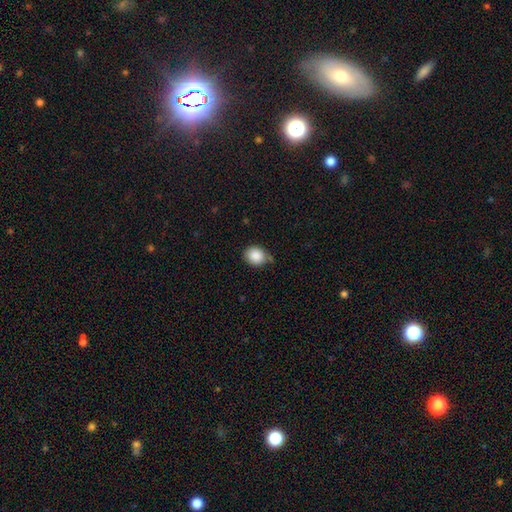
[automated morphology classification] smooth_or_featured: smooth (p=0.88) [alt: star or artifact p=0.08]
how_rounded: round (p=0.64) [alt: in between p=0.35]
merging: none (p=0.61) [alt: minor disturbance p=0.29]